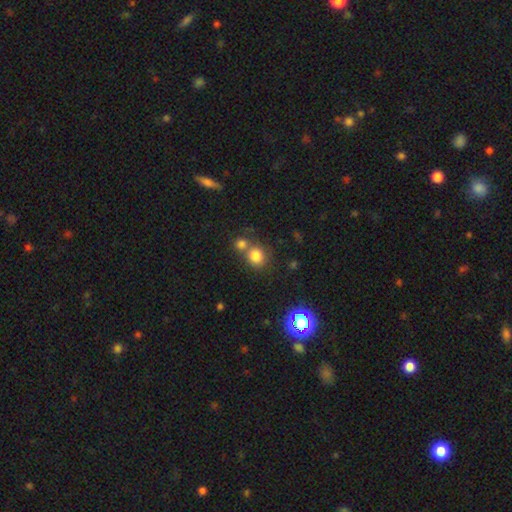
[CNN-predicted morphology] smooth-or-featured: smooth: 79% | star or artifact: 13% | featured or disk: 7%
  how-rounded: round: 78% | in between: 20% | cigar-shaped: 1%
  merging: none: 50% | merger: 38% | minor disturbance: 9% | major disturbance: 4%